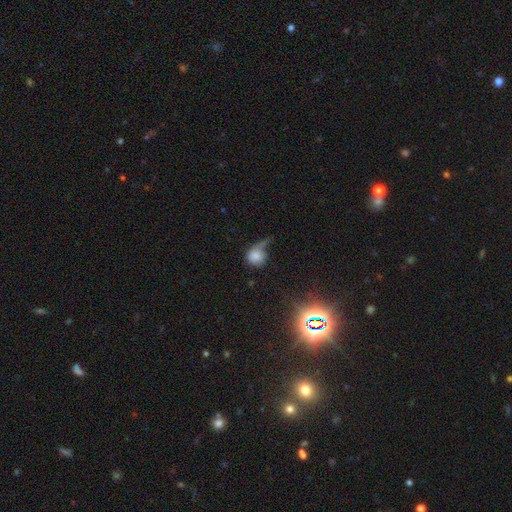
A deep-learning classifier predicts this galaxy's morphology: smooth_or_featured: smooth (p=0.68) [alt: featured or disk p=0.18]
how_rounded: round (p=0.69) [alt: in between p=0.29]
merging: major disturbance (p=0.41) [alt: none p=0.25]